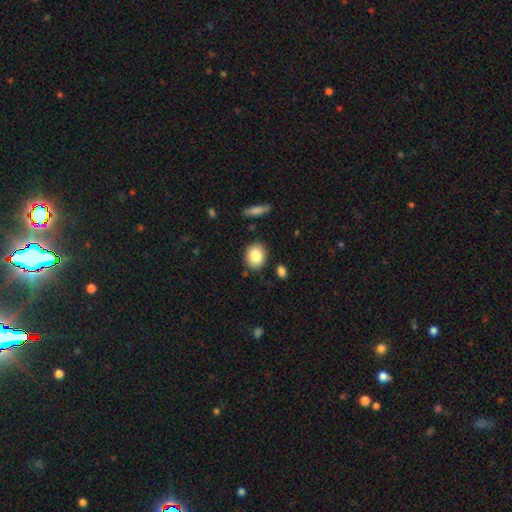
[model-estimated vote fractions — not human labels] smooth 85%, featured or disk 8%, star or artifact 8%. Down the decision tree: how rounded — round (56%); merging — none (85%).